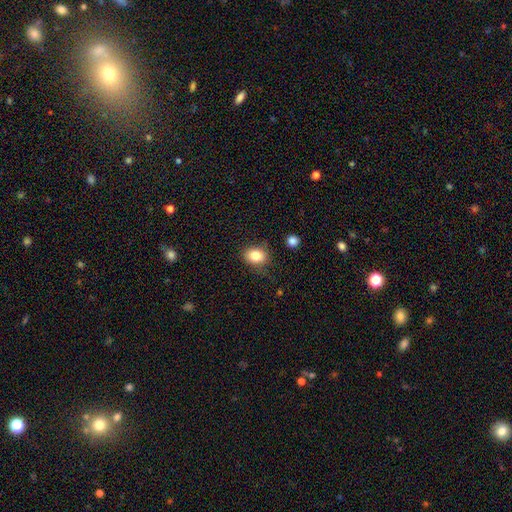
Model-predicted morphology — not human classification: This is clearly a smooth galaxy (83%). How rounded: possibly in between (55%). Merging: likely none (80%).